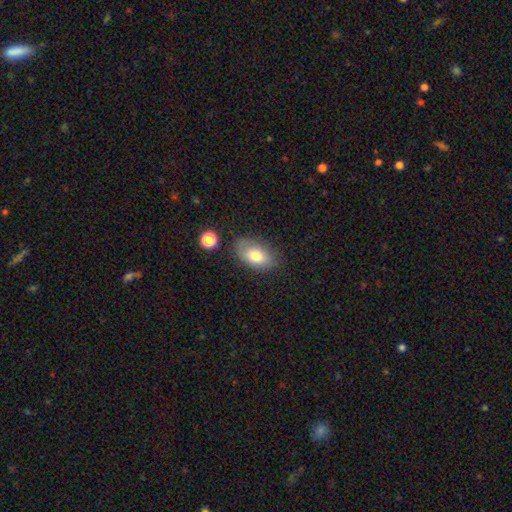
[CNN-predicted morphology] type=smooth (74%); roundness=in between (90%); merging=none (70%).